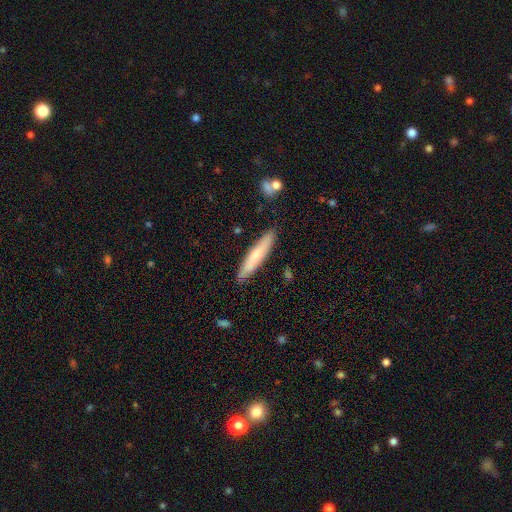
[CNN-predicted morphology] A smooth galaxy with no disk features (67%) that is cigar-shaped (91%).

Vote fractions:
- Smooth or featured? smooth: 67% / featured or disk: 27% / star or artifact: 6%
- How rounded? cigar-shaped: 91% / in between: 7% / round: 1%
- Merging? none: 87% / minor disturbance: 10% / merger: 2% / major disturbance: 2%